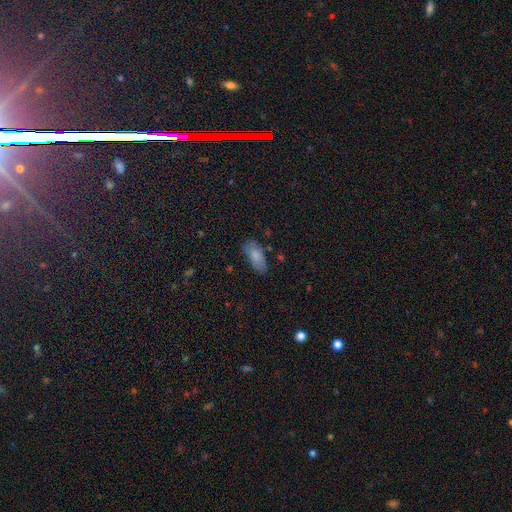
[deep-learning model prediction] A smooth galaxy with no disk features (80%) that is in between round and cigar-shaped (89%).

Vote fractions:
- Smooth or featured? smooth: 80% / featured or disk: 13% / star or artifact: 7%
- How rounded? in between: 89% / cigar-shaped: 9% / round: 2%
- Merging? none: 74% / minor disturbance: 19% / major disturbance: 5% / merger: 2%